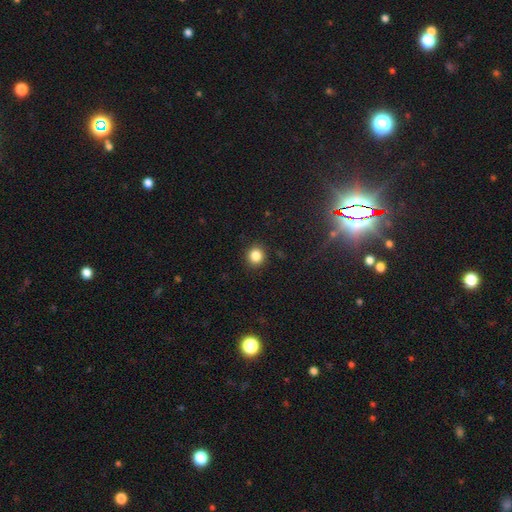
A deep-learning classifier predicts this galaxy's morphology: smooth 85%, star or artifact 11%, featured or disk 4%. Down the decision tree: how rounded — round (87%); merging — none (91%).